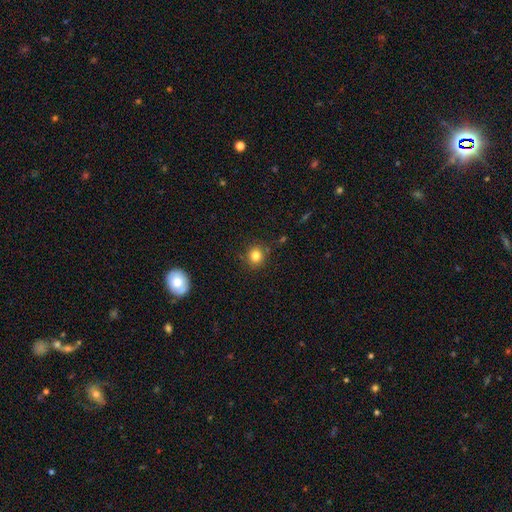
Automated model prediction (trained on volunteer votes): Morphology: type=smooth (82%); roundness=round (89%); merging=none (86%).